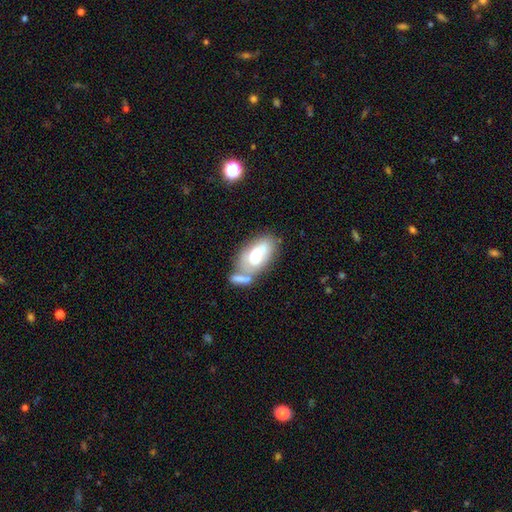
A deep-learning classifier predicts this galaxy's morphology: Overall: smooth (50%; featured or disk 44%). Merging: none (36%; merger 34%).